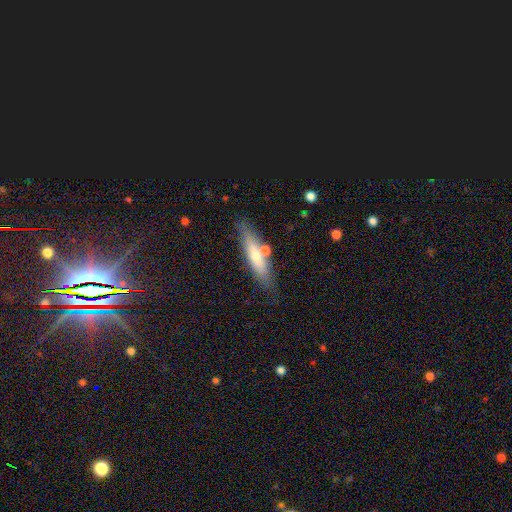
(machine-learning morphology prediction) Smooth or featured?
  - smooth: 56% *
  - featured or disk: 36%
  - star or artifact: 7%
How rounded?
  - cigar-shaped: 80% *
  - in between: 18%
  - round: 2%
Merging?
  - none: 74% *
  - minor disturbance: 14%
  - merger: 9%
  - major disturbance: 3%